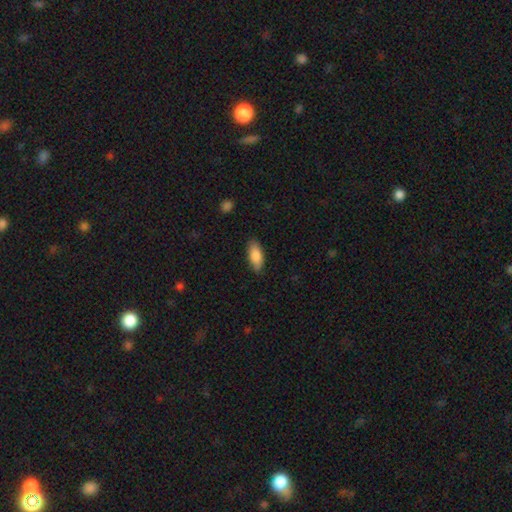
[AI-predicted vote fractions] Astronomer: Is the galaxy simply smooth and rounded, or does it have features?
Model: smooth — 86%.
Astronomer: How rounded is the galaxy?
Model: in between — 82%.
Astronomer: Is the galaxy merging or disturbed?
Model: none — 85%.